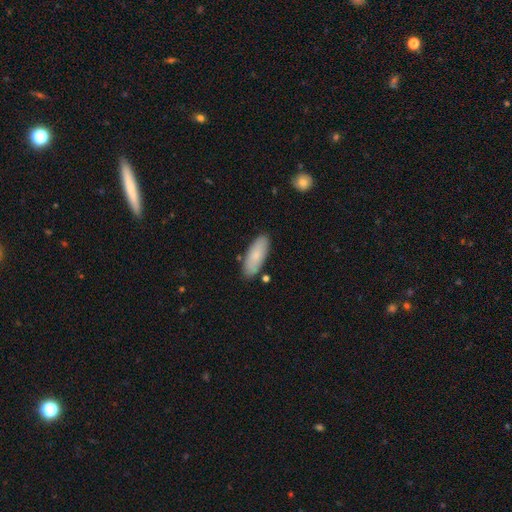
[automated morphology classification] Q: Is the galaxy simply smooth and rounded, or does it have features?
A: smooth — 82%.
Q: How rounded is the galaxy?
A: in between — 69%.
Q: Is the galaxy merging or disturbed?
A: none — 84%.